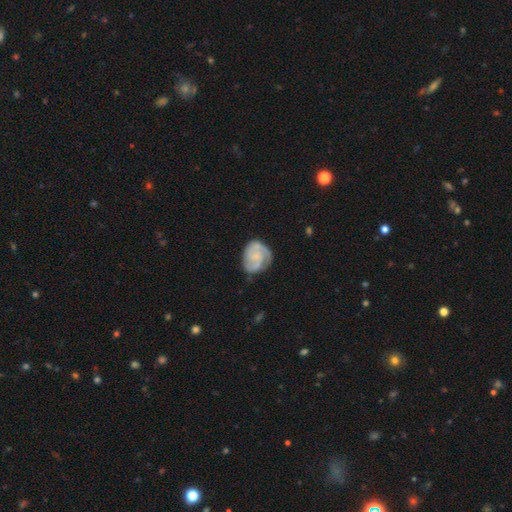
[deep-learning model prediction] A featured or disk galaxy (77%) with no bar (67%), 2 (47%) tight (54%) spiral arms (96%) and a small central bulge (44%).

Vote fractions:
- Smooth or featured? featured or disk: 77% / smooth: 17% / star or artifact: 6%
- Edge-on disk? no: 98% / yes: 2%
- Bar? no: 67% / weak: 28% / strong: 5%
- Spiral arms? yes: 96% / no: 4%
- Spiral winding? tight: 54% / medium: 37% / loose: 8%
- Spiral arm count? 2: 47% / 3: 28% / can't tell: 12% / 1: 5% / 4: 4% / more than 4: 3%
- Bulge size? small: 44% / none: 41% / moderate: 12% / large: 2% / dominant: 1%
- Merging? none: 71% / minor disturbance: 20% / major disturbance: 8% / merger: 2%